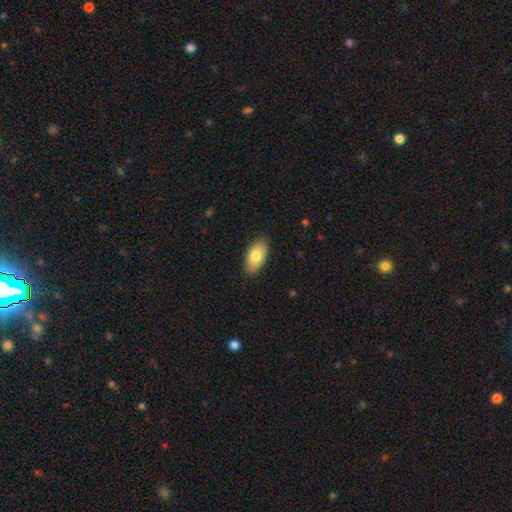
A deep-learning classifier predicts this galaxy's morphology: The model was most divided on "smooth or featured": smooth: 80%, featured or disk: 14%, star or artifact: 7%. More confident: how rounded — in between (93%); merging — none (85%).